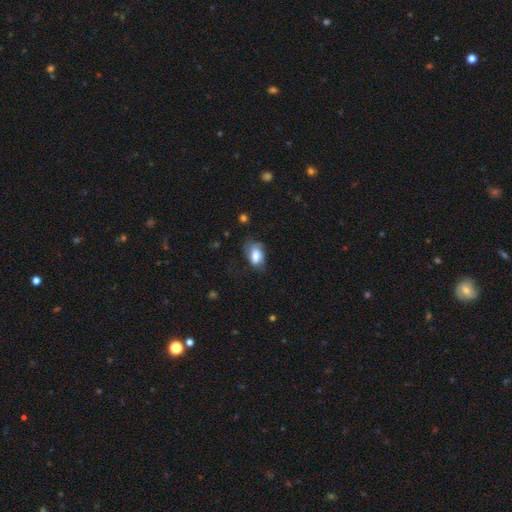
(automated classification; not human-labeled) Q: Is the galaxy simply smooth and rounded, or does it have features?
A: smooth — 68%.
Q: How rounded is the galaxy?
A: in between — 88%.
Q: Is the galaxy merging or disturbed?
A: none — 44%.